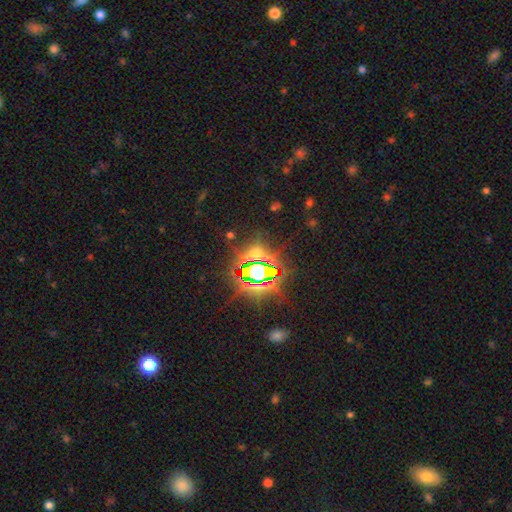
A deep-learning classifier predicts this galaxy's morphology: This is likely a star or artifact rather than a galaxy (77%).